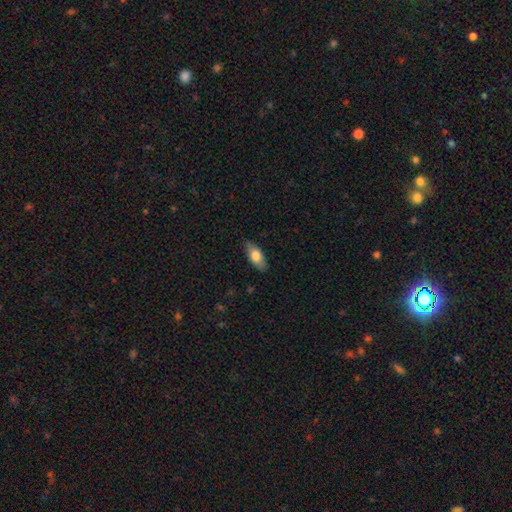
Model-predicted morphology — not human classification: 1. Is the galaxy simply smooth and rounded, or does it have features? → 72% smooth, 22% featured or disk, 6% star or artifact.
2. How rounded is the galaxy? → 84% in between, 13% cigar-shaped, 3% round.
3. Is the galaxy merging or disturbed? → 82% none, 15% minor disturbance, 3% major disturbance, 1% merger.